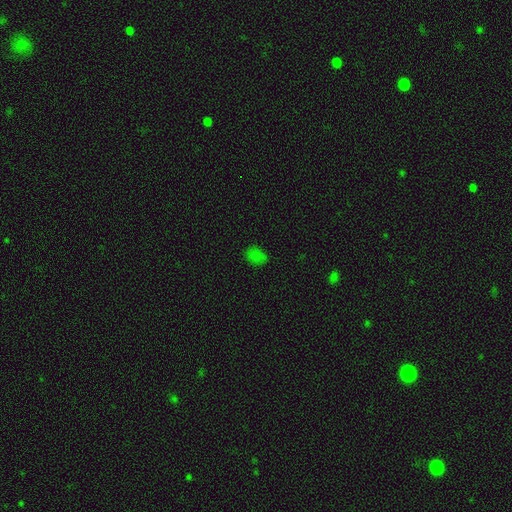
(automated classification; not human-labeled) Morphology: type=smooth (74%); roundness=in between (62%); merging=none (79%).